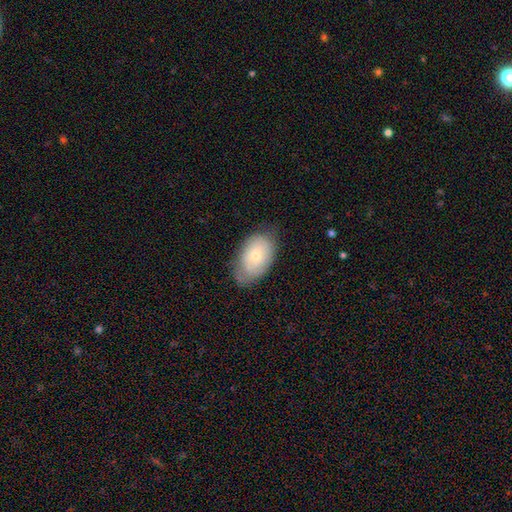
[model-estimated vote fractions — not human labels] A smooth galaxy with no disk features (64%) that is in between round and cigar-shaped (90%). Merging: none (69%).